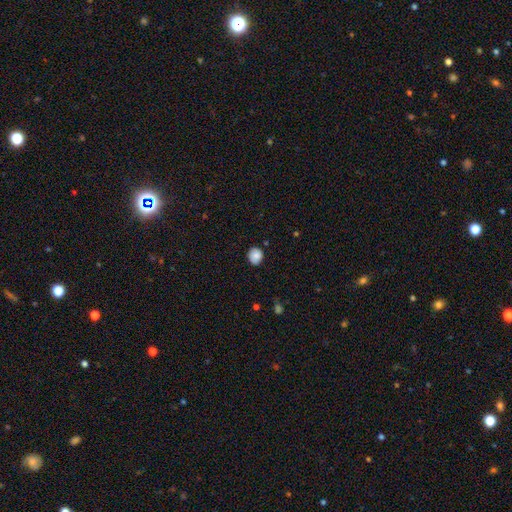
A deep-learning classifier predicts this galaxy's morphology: Smooth or featured?
  - smooth: 86% *
  - star or artifact: 9%
  - featured or disk: 6%
How rounded?
  - round: 80% *
  - in between: 19%
  - cigar-shaped: 1%
Merging?
  - none: 84% *
  - minor disturbance: 12%
  - major disturbance: 2%
  - merger: 1%